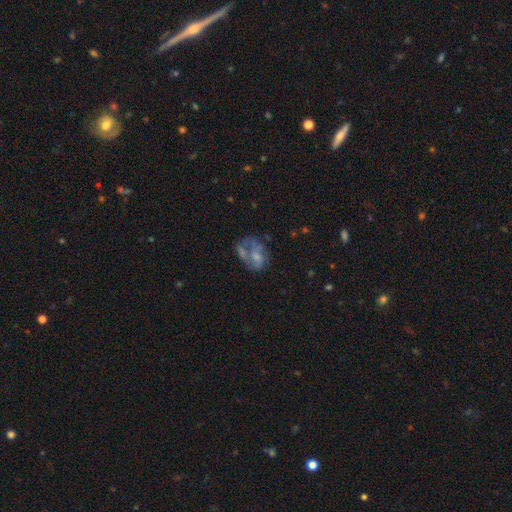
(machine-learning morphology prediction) A featured or disk galaxy (51%) with no bar (81%), no spiral arms (81%) and no central bulge (36%). Merging: none (31%).